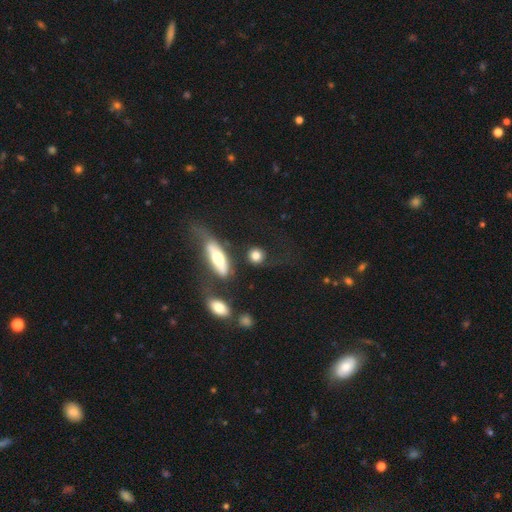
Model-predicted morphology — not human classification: Smooth or featured?
  - smooth: 77% *
  - featured or disk: 15%
  - star or artifact: 8%
How rounded?
  - round: 76% *
  - in between: 19%
  - cigar-shaped: 5%
Merging?
  - none: 61% *
  - minor disturbance: 15%
  - major disturbance: 13%
  - merger: 12%